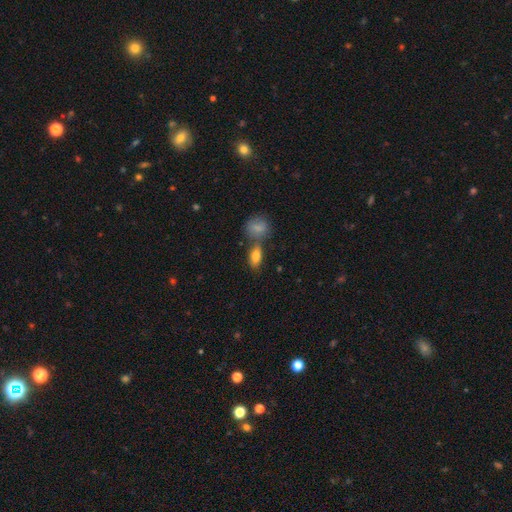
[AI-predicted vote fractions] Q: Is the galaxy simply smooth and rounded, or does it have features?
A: smooth — 82%.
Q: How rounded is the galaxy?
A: in between — 84%.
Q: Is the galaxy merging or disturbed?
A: none — 52%.